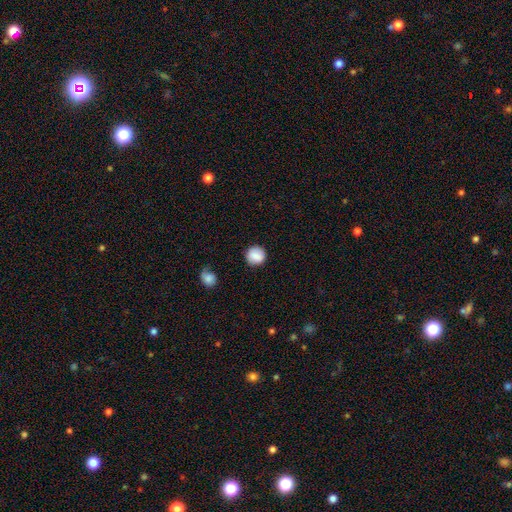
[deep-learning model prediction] smooth-or-featured: smooth: 85% | star or artifact: 8% | featured or disk: 7%
  how-rounded: round: 90% | in between: 9% | cigar-shaped: 1%
  merging: none: 86% | minor disturbance: 9% | major disturbance: 3% | merger: 2%